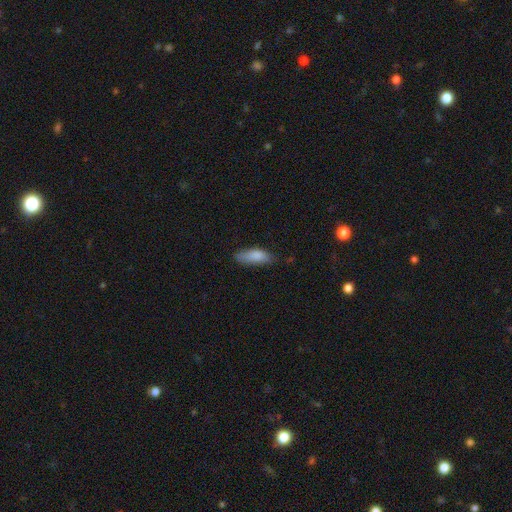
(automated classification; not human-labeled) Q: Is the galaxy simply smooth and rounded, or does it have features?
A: smooth — 85%.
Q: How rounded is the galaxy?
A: in between — 68%.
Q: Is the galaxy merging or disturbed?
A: none — 67%.